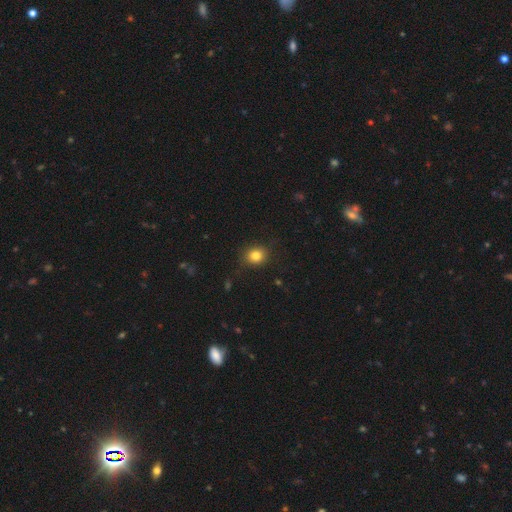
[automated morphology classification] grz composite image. It shows a smooth galaxy with no disk features (82%) that is round (73%). Merging: none (86%).